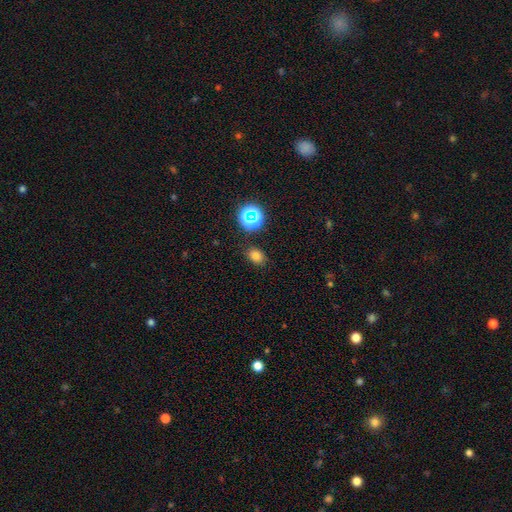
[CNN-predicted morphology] Overall: smooth (75%). How rounded: in between (67%; round 32%). Merging: none (83%).